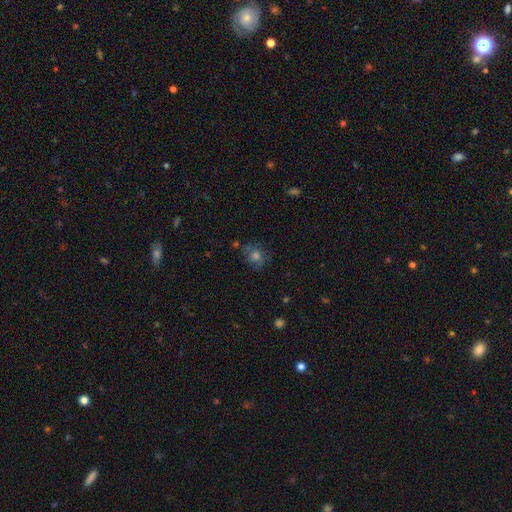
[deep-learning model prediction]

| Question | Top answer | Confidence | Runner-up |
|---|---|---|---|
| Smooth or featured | smooth | 64% | star or artifact (19%) |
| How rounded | round | 79% | in between (19%) |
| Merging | none | 72% | minor disturbance (17%) |